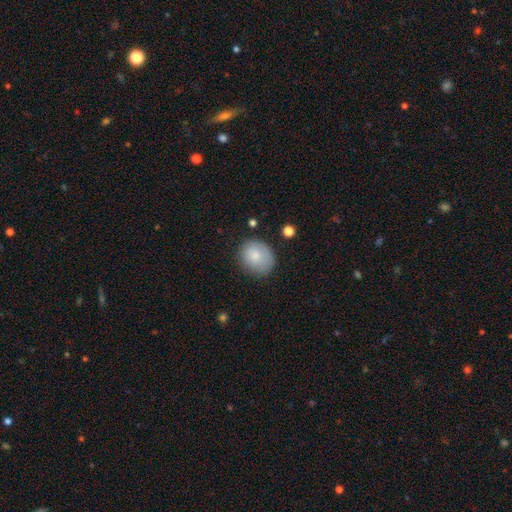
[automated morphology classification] Overall: smooth (80%). How rounded: round (59%; in between 40%). Merging: none (73%).